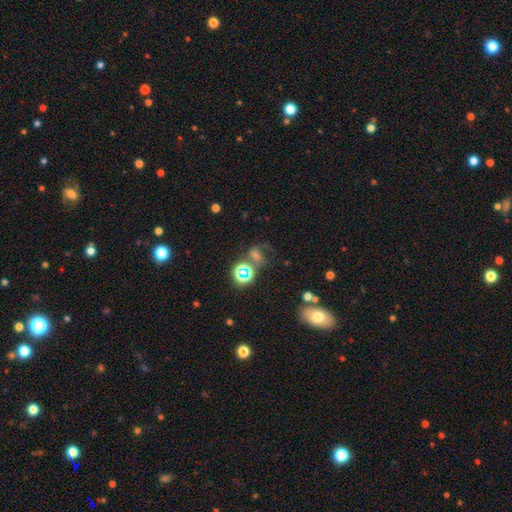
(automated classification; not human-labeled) This appears to be a star or artifact, not a galaxy (46%).